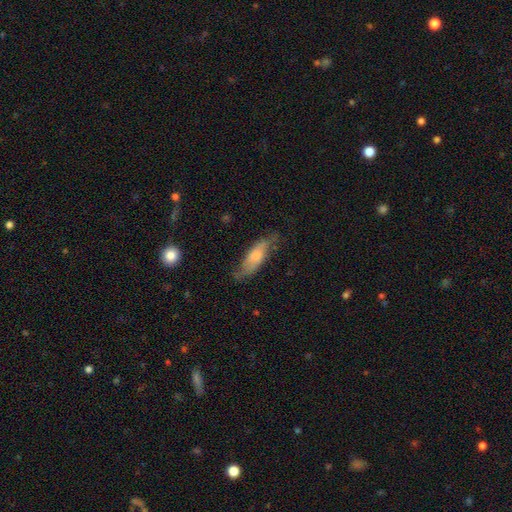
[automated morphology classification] Smooth or featured? smooth (58%)
How rounded? in between (57%)
Merging? none (60%)